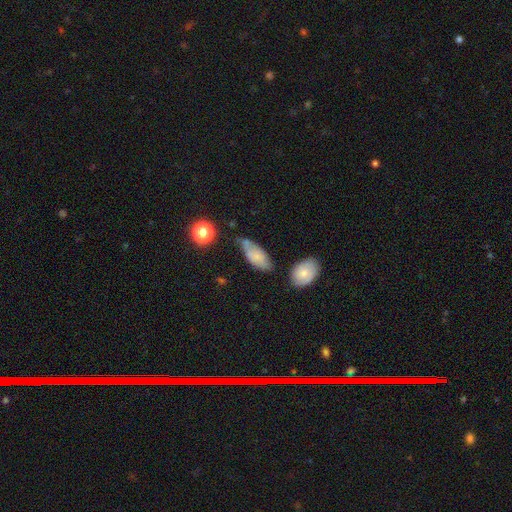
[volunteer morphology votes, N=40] Volunteers were most divided on "merging": none: 43%, minor disturbance: 38%, merger: 14%, major disturbance: 5%. More confident: how rounded — in between (89%); smooth or featured — smooth (70%).